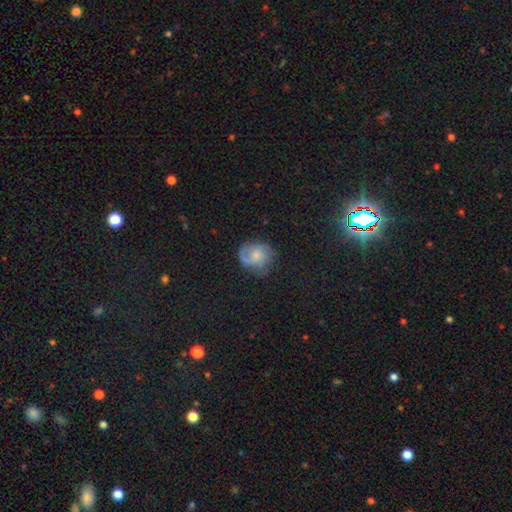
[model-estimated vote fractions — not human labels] The model was most divided on "smooth or featured": featured or disk: 47%, smooth: 42%, star or artifact: 10%. More confident: merging — none (61%).